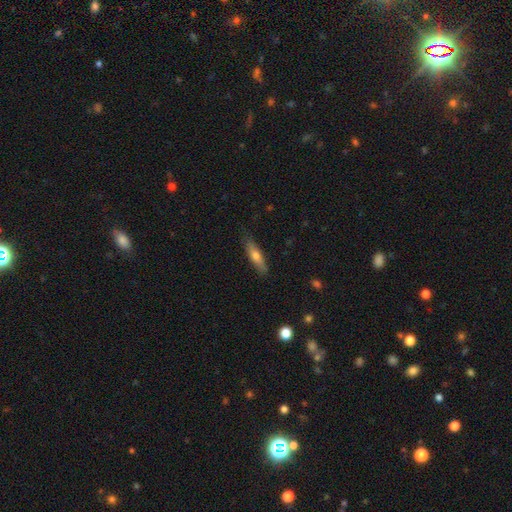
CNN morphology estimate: A smooth galaxy with no disk features (62%) that is cigar-shaped (71%). Merging: none (83%).